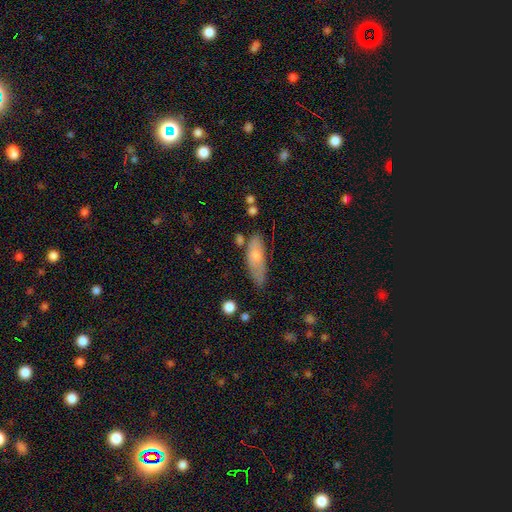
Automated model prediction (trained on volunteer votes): Morphology: type=smooth (69%); roundness=in between (60%); merging=none (58%).